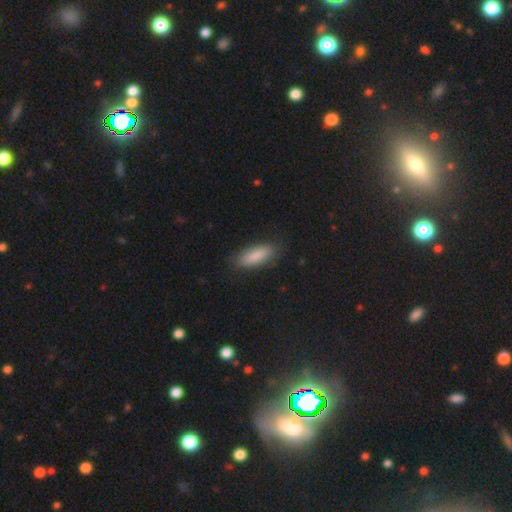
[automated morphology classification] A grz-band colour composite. It shows a smooth galaxy with no disk features (87%) that is in between round and cigar-shaped (64%). Merging: none (85%).